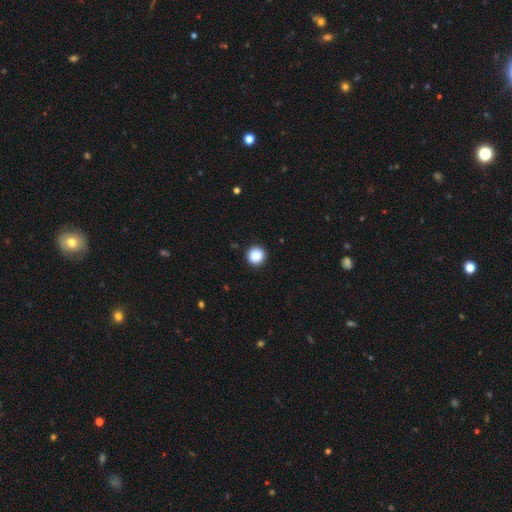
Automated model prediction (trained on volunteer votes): Smooth or featured? Predicted: smooth (p=0.89). How rounded? Predicted: round (p=0.95). Merging? Predicted: none (p=0.92).